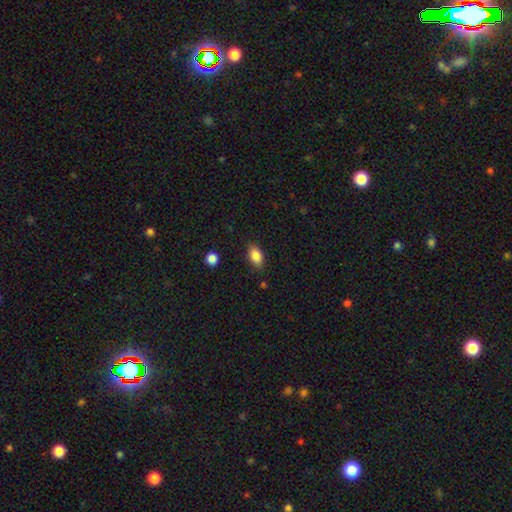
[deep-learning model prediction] Smooth or featured? smooth (86%)
How rounded? in between (88%)
Merging? none (84%)